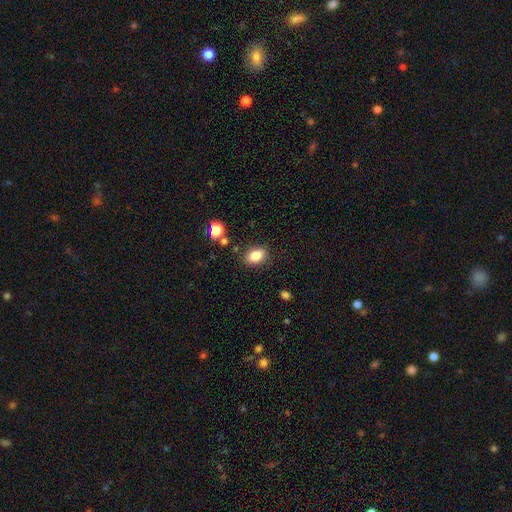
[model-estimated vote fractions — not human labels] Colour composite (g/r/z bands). It shows a smooth galaxy with no disk features (83%) that is in between round and cigar-shaped (82%). Merging: none (84%).